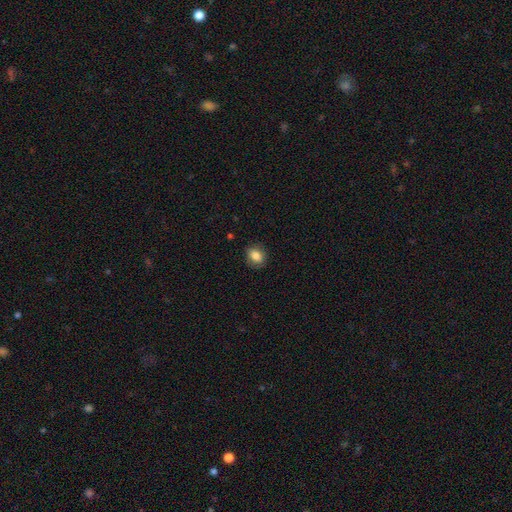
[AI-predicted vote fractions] Smooth or featured? smooth (84%)
How rounded? round (51%)
Merging? none (84%)